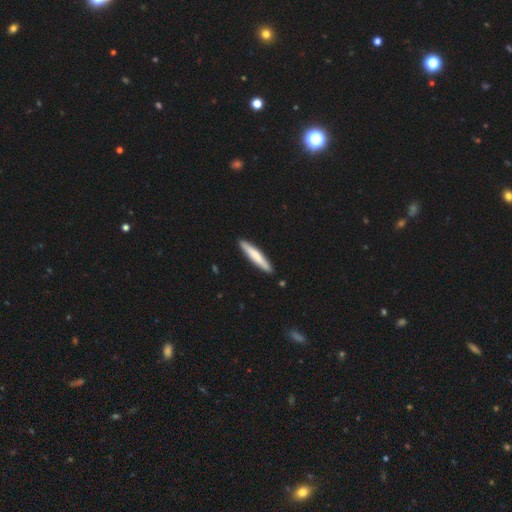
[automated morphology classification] This appears to be a smooth galaxy with no disk features (70%) that is cigar-shaped (93%). Merging: none (90%).